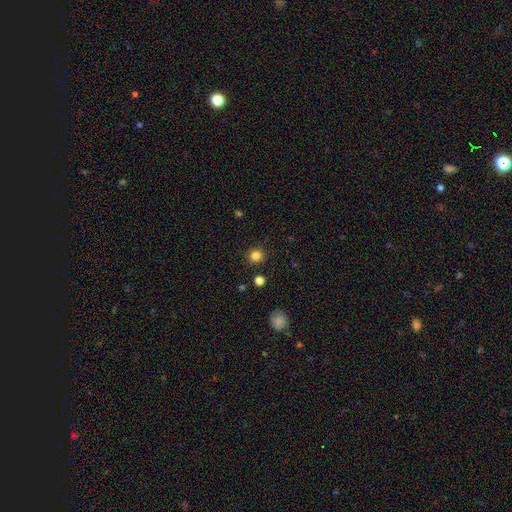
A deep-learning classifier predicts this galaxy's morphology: A smooth galaxy with no disk features (83%) that is round (92%).

Vote fractions:
- Smooth or featured? smooth: 83% / star or artifact: 13% / featured or disk: 4%
- How rounded? round: 92% / in between: 7% / cigar-shaped: 1%
- Merging? none: 90% / minor disturbance: 6% / major disturbance: 2% / merger: 2%